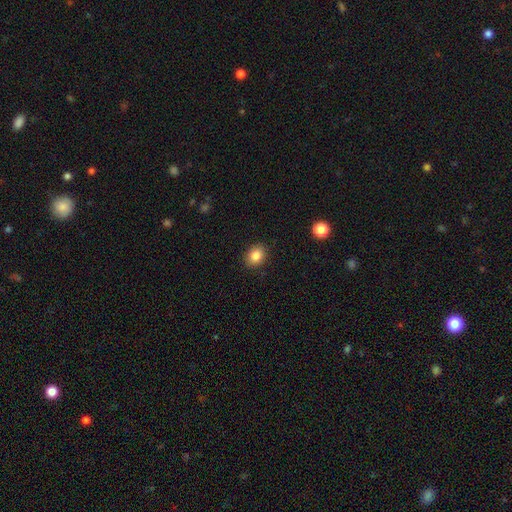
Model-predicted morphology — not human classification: Smooth or featured?
  - smooth: 85% *
  - star or artifact: 9%
  - featured or disk: 5%
How rounded?
  - in between: 55% *
  - round: 44%
  - cigar-shaped: 1%
Merging?
  - none: 89% *
  - minor disturbance: 8%
  - major disturbance: 2%
  - merger: 1%